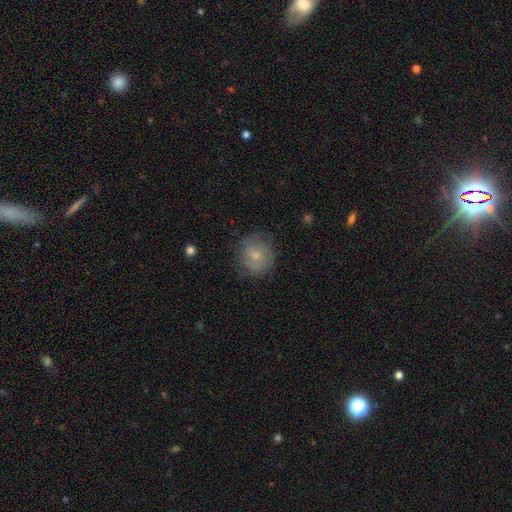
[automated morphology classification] Smooth or featured? smooth (71%)
How rounded? round (83%)
Merging? none (71%)